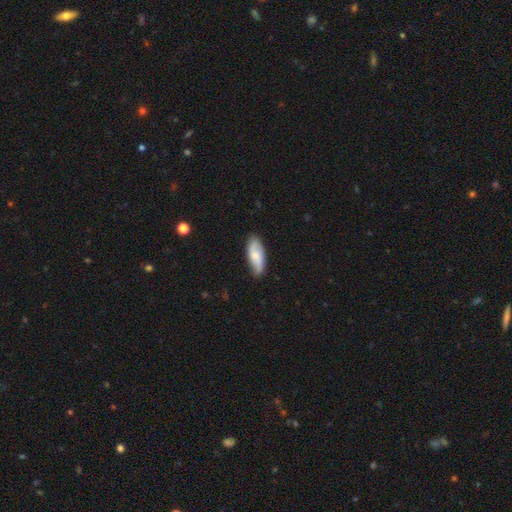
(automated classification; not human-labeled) A smooth galaxy with no disk features (59%) that is in between round and cigar-shaped (75%). Merging: none (81%).